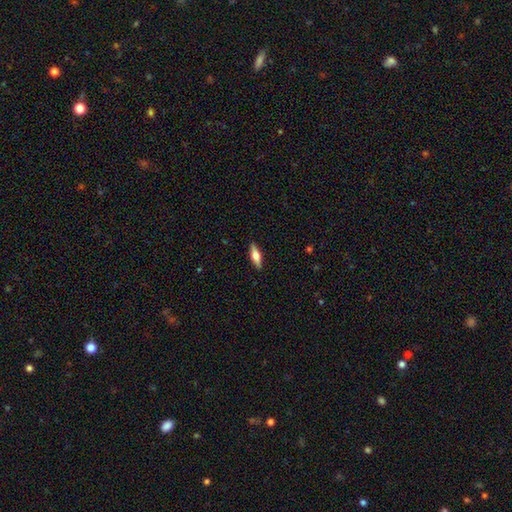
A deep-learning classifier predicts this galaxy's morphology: This appears to be a smooth galaxy with no disk features (54%) that is in between round and cigar-shaped (50%). Merging: none (89%).